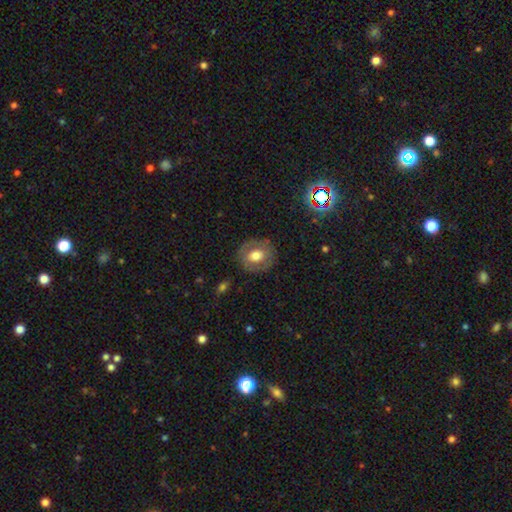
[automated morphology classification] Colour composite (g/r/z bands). It shows a smooth galaxy with no disk features (55%) that is round (71%). Merging: none (82%).